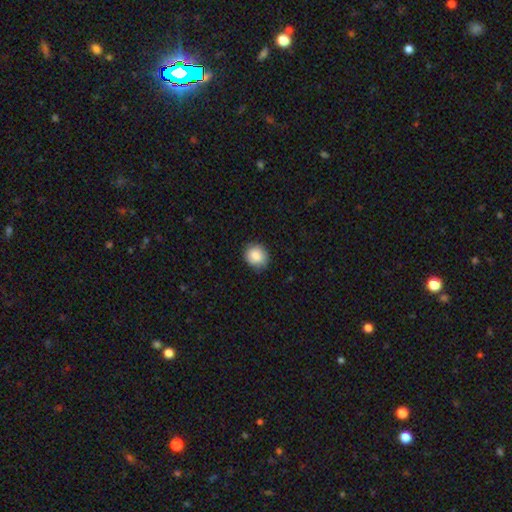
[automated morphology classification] The model was most divided on "how rounded": round: 77%, in between: 22%, cigar-shaped: 1%. More confident: smooth or featured — smooth (85%); merging — none (83%).